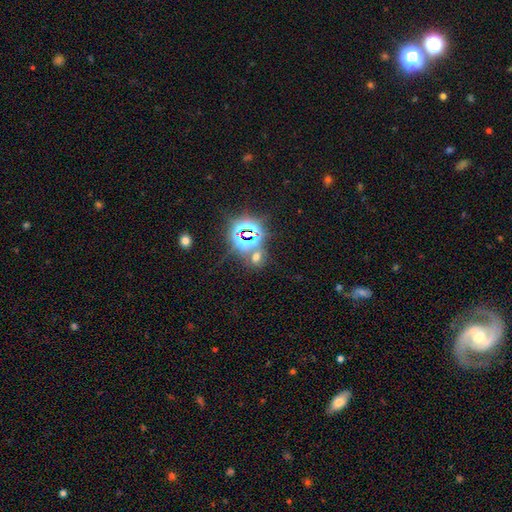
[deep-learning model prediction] This appears to be a star or artifact, not a galaxy (76%).